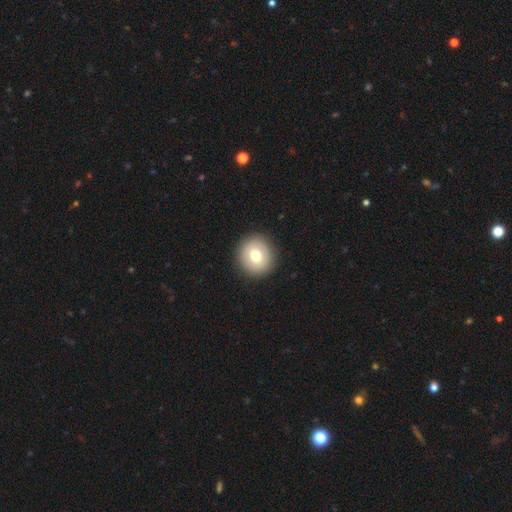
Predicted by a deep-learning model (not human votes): Smooth or featured? Predicted: smooth (p=0.74). How rounded? Predicted: round (p=0.89). Merging? Predicted: none (p=0.91).